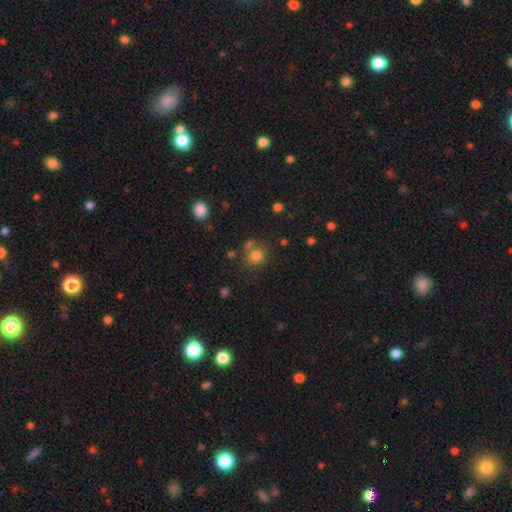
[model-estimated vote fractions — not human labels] Q: Smooth or featured?
A: smooth (78%); runner-up: star or artifact (15%)
Q: How rounded?
A: round (80%); runner-up: in between (19%)
Q: Merging?
A: none (64%); runner-up: merger (18%)